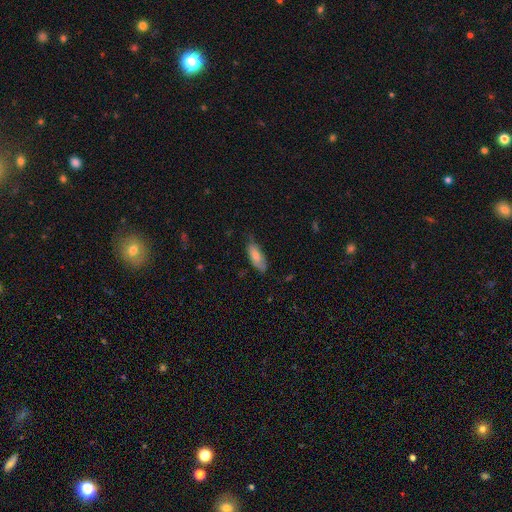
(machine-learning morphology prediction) smooth 67%, featured or disk 27%, star or artifact 6%. Down the decision tree: how rounded — in between (76%); merging — none (59%).